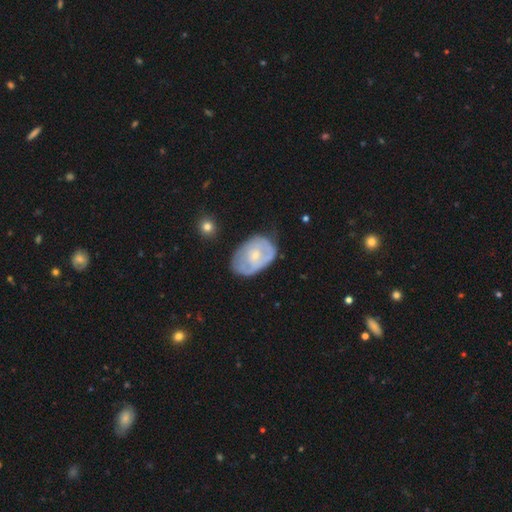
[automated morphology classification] Q: Smooth or featured?
A: featured or disk (59%); runner-up: smooth (34%)
Q: Edge-on disk?
A: no (95%); runner-up: yes (5%)
Q: Bar?
A: no (74%); runner-up: weak (22%)
Q: Spiral arms?
A: yes (55%); runner-up: no (45%)
Q: Bulge size?
A: small (65%); runner-up: moderate (30%)
Q: Merging?
A: none (57%); runner-up: minor disturbance (29%)